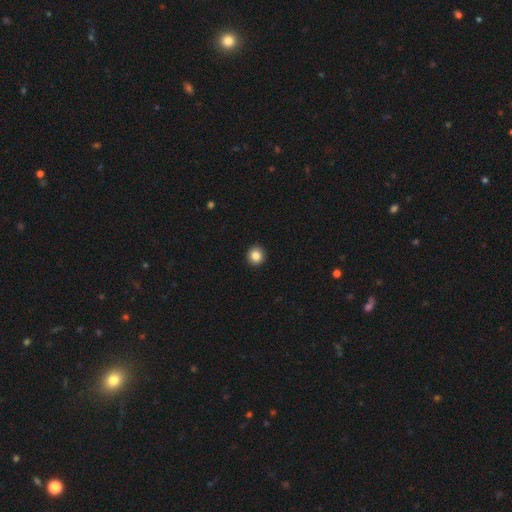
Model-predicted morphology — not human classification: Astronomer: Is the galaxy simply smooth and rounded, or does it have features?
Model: smooth — 85%.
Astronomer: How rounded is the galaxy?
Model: round — 95%.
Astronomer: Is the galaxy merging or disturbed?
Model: none — 94%.